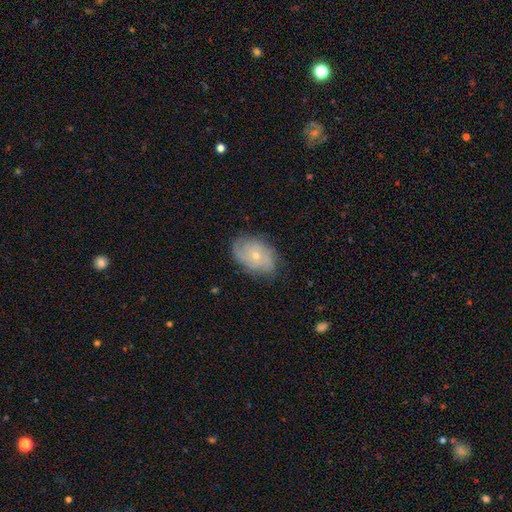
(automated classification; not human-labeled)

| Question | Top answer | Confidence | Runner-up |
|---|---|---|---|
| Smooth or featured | featured or disk | 70% | smooth (22%) |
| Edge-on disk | no | 96% | yes (4%) |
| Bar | no | 81% | weak (17%) |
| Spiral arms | yes | 90% | no (10%) |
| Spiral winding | tight | 56% | medium (32%) |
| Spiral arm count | can't tell | 37% | 2 (23%) |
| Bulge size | small | 62% | moderate (35%) |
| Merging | none | 75% | minor disturbance (19%) |